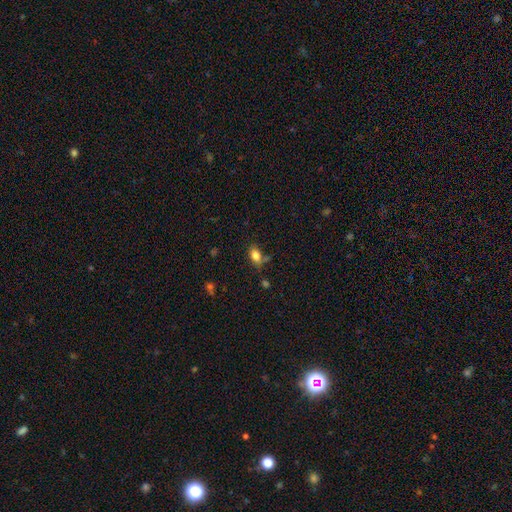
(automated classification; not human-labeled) smooth_or_featured: smooth (p=0.80) [alt: star or artifact p=0.11]
how_rounded: in between (p=0.85) [alt: round p=0.12]
merging: none (p=0.60) [alt: minor disturbance p=0.21]